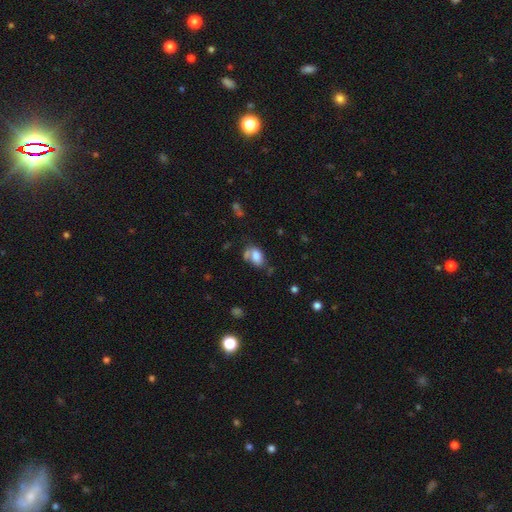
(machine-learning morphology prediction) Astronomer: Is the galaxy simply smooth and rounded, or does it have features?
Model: smooth — 77%.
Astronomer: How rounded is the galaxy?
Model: in between — 88%.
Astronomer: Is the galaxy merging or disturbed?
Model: none — 39% (runner-up: merger, 25%).